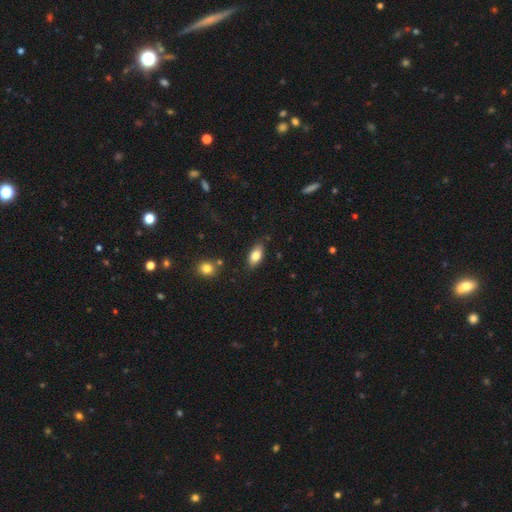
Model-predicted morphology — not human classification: A smooth galaxy with no disk features (80%) that is in between round and cigar-shaped (90%). Merging: none (84%).